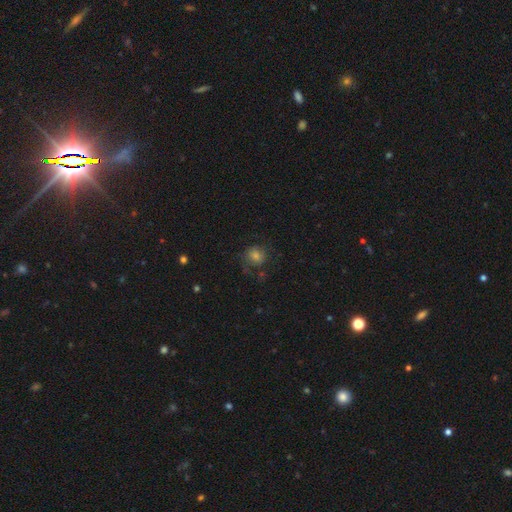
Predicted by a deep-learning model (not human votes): A smooth galaxy with no disk features (56%) that is round (82%). Merging: none (62%).